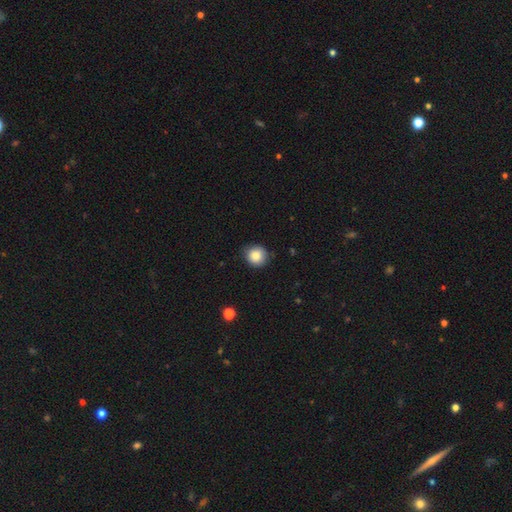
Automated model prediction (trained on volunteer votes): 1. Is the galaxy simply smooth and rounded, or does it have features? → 85% smooth, 9% star or artifact, 6% featured or disk.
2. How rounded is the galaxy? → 90% round, 9% in between, 1% cigar-shaped.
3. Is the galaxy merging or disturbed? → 84% none, 12% minor disturbance, 2% major disturbance, 1% merger.